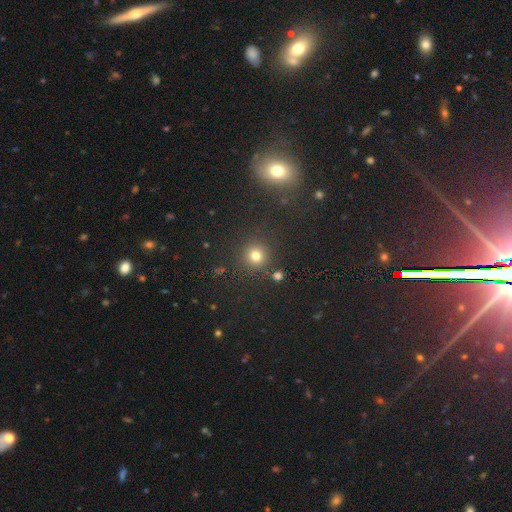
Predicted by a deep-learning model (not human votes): smooth_or_featured: smooth (p=0.75) [alt: star or artifact p=0.20]
how_rounded: round (p=0.93) [alt: in between p=0.06]
merging: none (p=0.86) [alt: minor disturbance p=0.07]